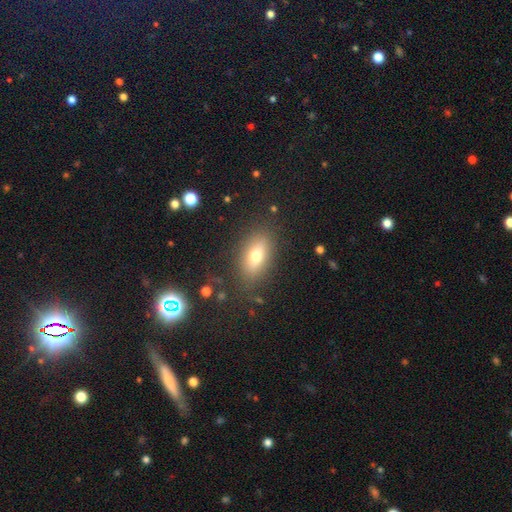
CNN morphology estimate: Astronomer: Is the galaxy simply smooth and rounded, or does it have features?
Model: smooth — 71%.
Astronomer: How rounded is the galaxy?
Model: in between — 83%.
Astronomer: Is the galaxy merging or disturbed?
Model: none — 81%.